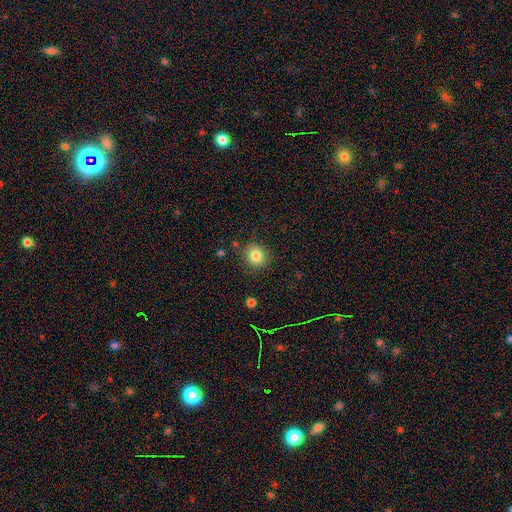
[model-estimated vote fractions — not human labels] smooth_or_featured: smooth (p=0.83) [alt: star or artifact p=0.11]
how_rounded: round (p=0.85) [alt: in between p=0.14]
merging: none (p=0.86) [alt: minor disturbance p=0.10]